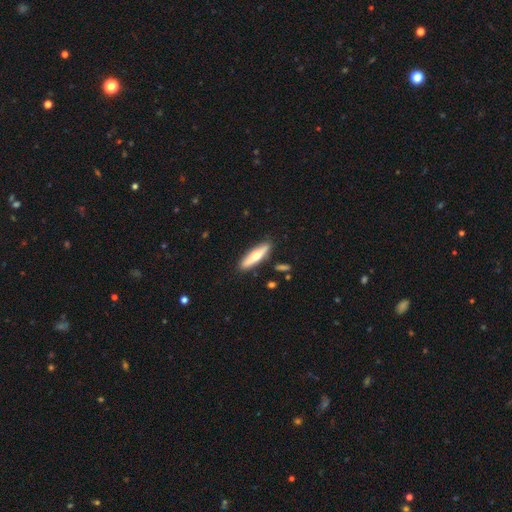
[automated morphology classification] A smooth galaxy with no disk features (50%) that is cigar-shaped (71%). Merging: none (87%).